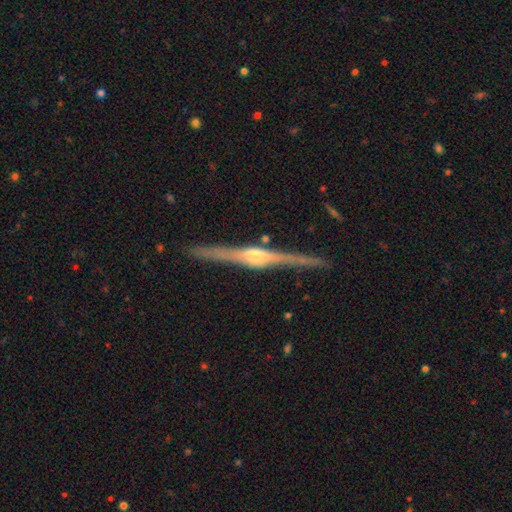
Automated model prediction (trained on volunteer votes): Morphology: type=featured or disk (85%); edge-on=yes (98%); edge-on bulge=rounded (77%); merging=none (86%).